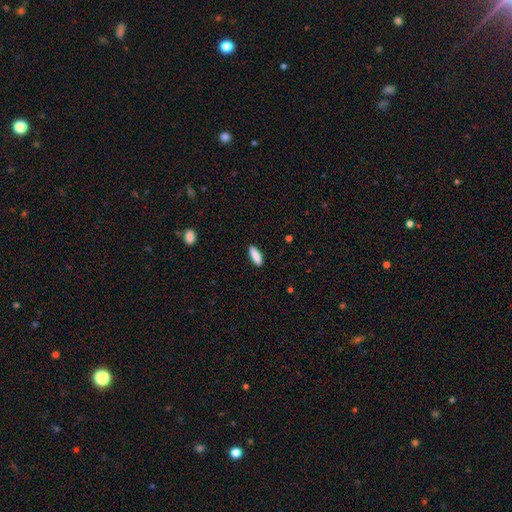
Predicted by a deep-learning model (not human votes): This is clearly a smooth galaxy (88%). How rounded: possibly in between (57%). Merging: clearly none (89%).